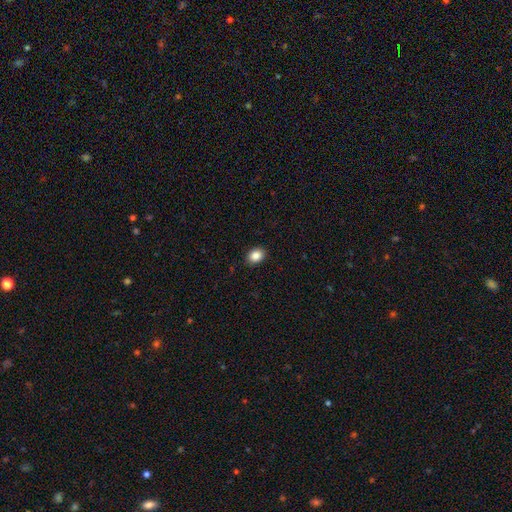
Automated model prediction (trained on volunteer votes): smooth 87%, star or artifact 9%, featured or disk 4%. Down the decision tree: how rounded — in between (65%); merging — none (90%).